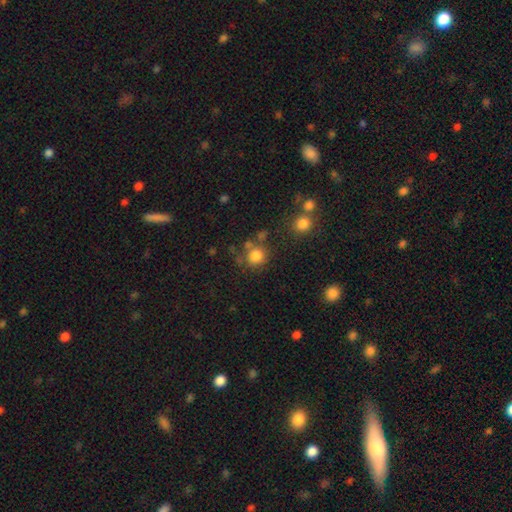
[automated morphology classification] type=smooth (80%); roundness=round (88%); merging=none (68%).